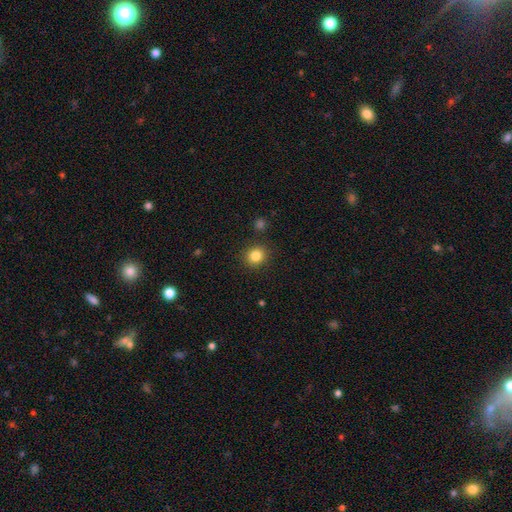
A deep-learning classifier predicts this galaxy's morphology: Smooth or featured? smooth (84%)
How rounded? round (85%)
Merging? none (88%)